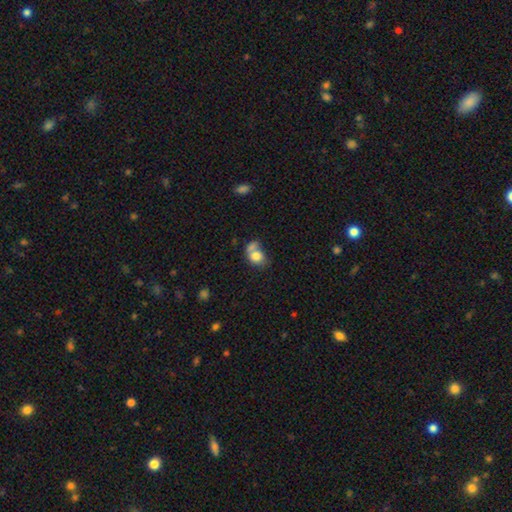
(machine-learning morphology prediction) Smooth or featured?
  - smooth: 77% *
  - featured or disk: 14%
  - star or artifact: 9%
How rounded?
  - in between: 50% *
  - round: 49%
  - cigar-shaped: 1%
Merging?
  - merger: 50% *
  - none: 28%
  - minor disturbance: 13%
  - major disturbance: 9%